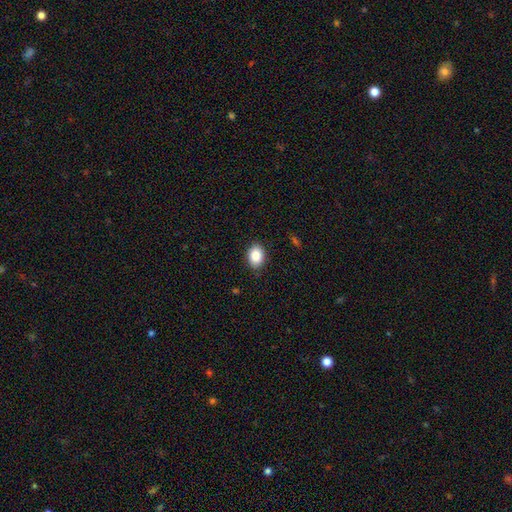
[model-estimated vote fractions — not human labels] Morphology: type=smooth (87%); roundness=in between (74%); merging=none (87%).